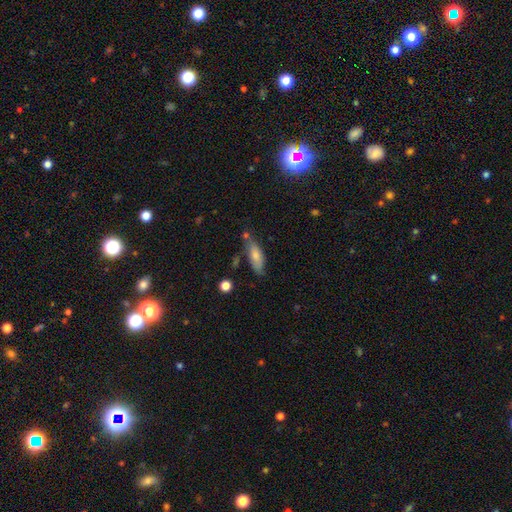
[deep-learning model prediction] smooth 75%, featured or disk 18%, star or artifact 7%. Down the decision tree: how rounded — in between (66%); merging — none (56%).